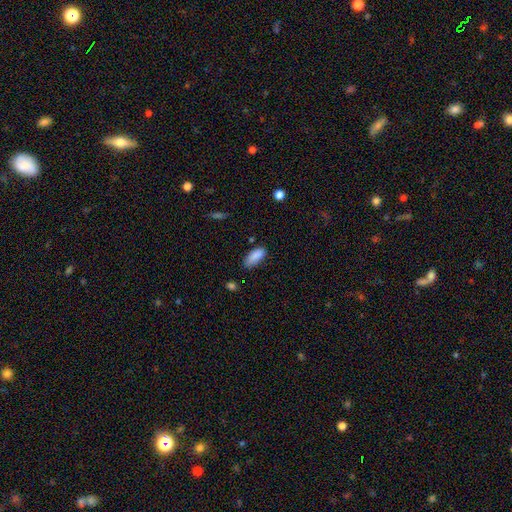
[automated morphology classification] Smooth or featured? Predicted: smooth (p=0.87). How rounded? Predicted: in between (p=0.81). Merging? Predicted: none (p=0.69).